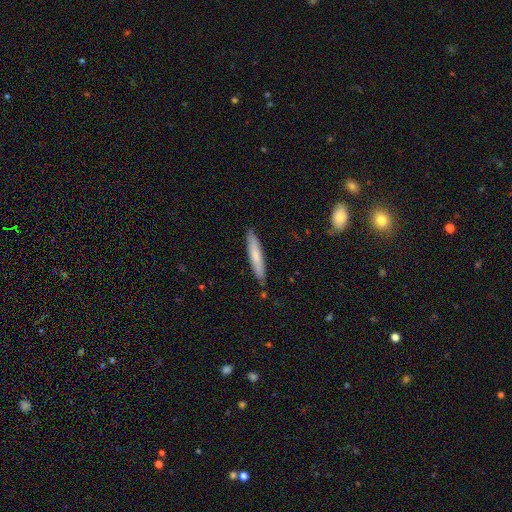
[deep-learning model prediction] smooth-or-featured: smooth: 71% | featured or disk: 23% | star or artifact: 6%
  how-rounded: cigar-shaped: 91% | in between: 8% | round: 1%
  merging: none: 87% | minor disturbance: 10% | merger: 2% | major disturbance: 2%